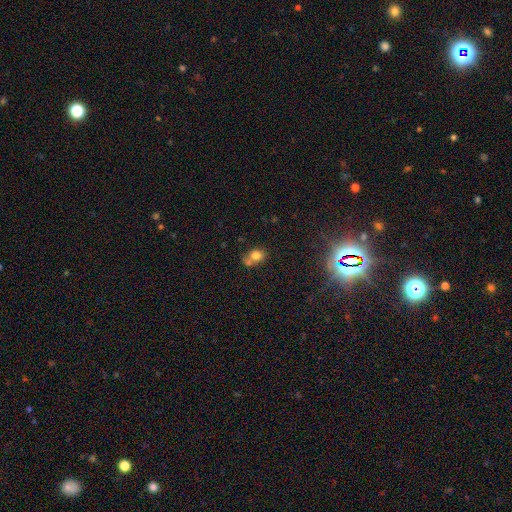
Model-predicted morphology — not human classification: Smooth or featured: smooth — 76% (featured or disk — 12%)
How rounded: round — 52% (in between — 47%)
Merging: merger — 39% (none — 38%)